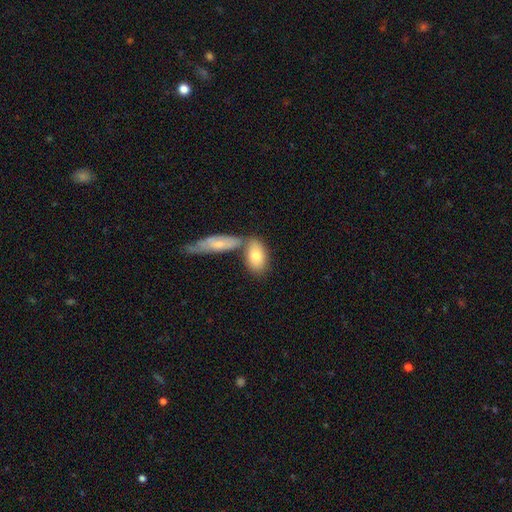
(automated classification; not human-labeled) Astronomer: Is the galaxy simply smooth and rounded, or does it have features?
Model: smooth — 76%.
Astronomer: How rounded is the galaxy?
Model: in between — 85%.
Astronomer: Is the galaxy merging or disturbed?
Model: none — 50% (runner-up: merger, 33%).